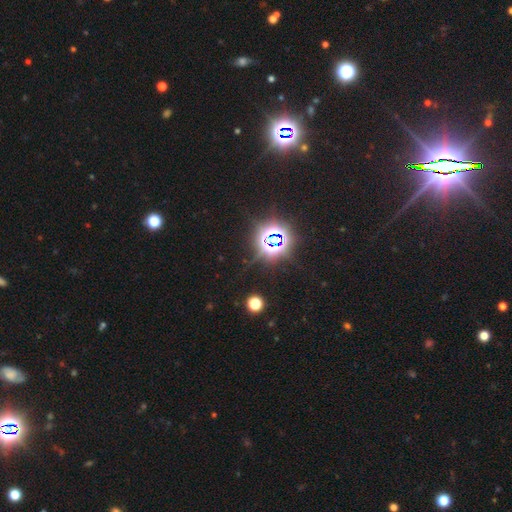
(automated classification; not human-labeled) Smooth or featured? star or artifact (81%)